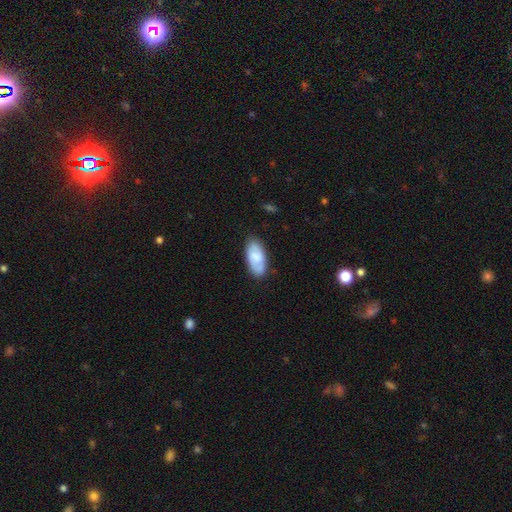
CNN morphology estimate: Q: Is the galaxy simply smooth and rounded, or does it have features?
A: smooth — 71%.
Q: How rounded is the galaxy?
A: in between — 92%.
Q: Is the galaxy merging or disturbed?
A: none — 78%.